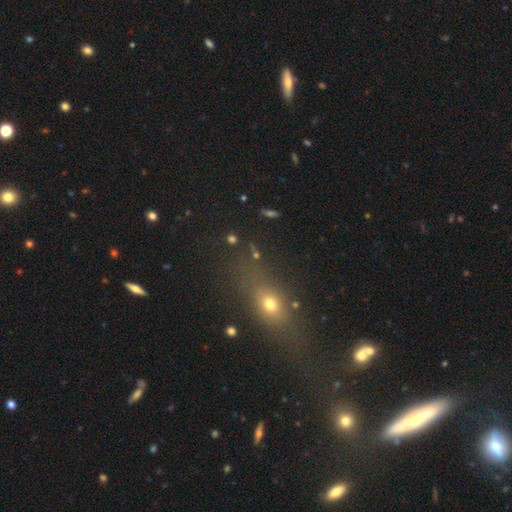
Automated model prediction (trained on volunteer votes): smooth 53%, star or artifact 32%, featured or disk 15%. Down the decision tree: how rounded — in between (49%); merging — none (68%).